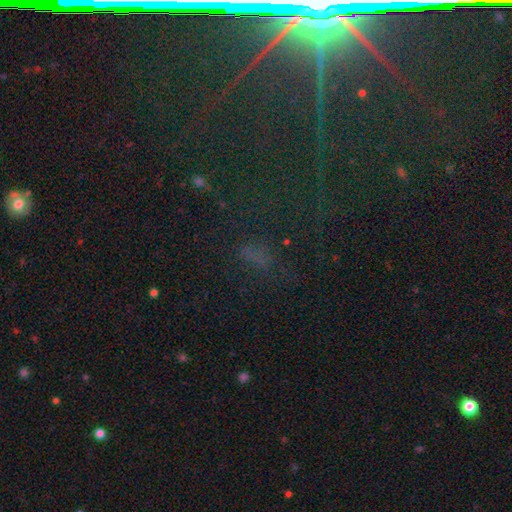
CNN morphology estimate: The model was most divided on "smooth or featured": star or artifact: 56%, smooth: 32%, featured or disk: 12%.